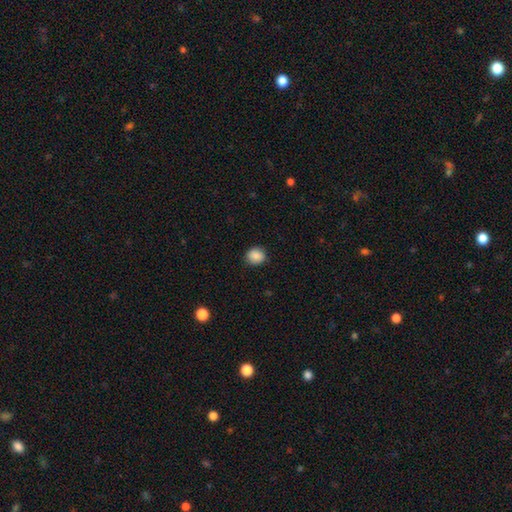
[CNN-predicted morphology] Overall: smooth (88%). How rounded: round (79%). Merging: none (87%).